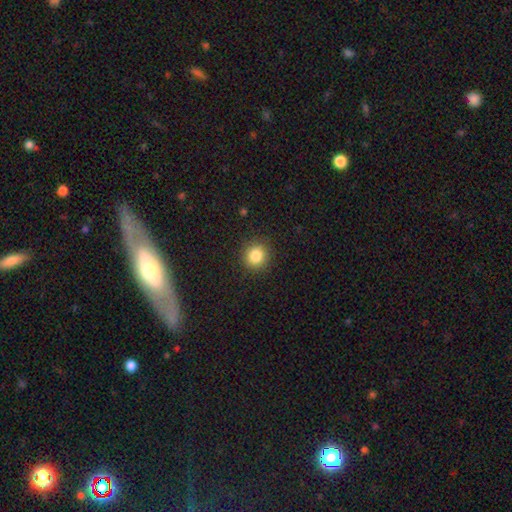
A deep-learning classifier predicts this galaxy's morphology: Smooth or featured? smooth (84%)
How rounded? round (91%)
Merging? none (90%)